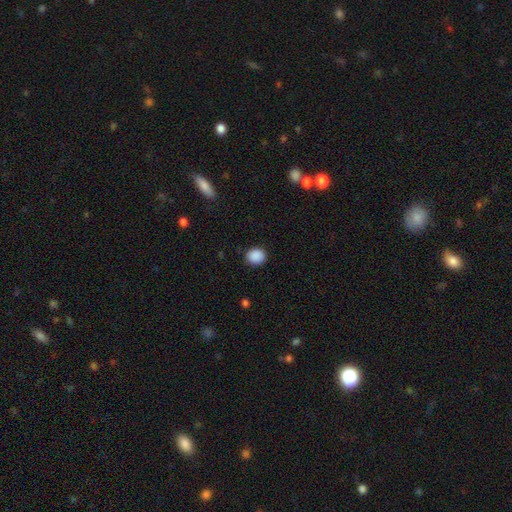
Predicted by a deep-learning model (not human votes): This appears to be a smooth galaxy with no disk features (89%) that is round (75%). Merging: none (88%).